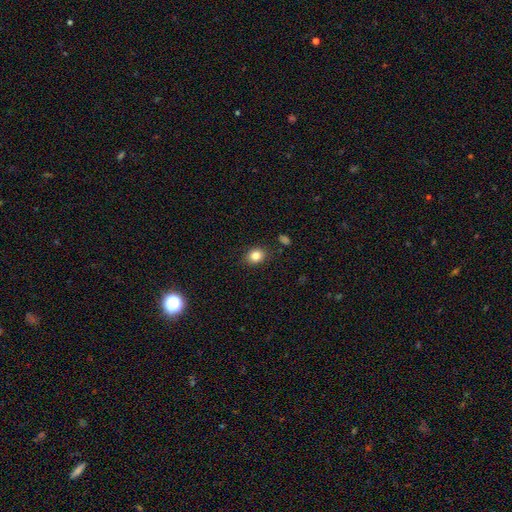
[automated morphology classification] Overall: smooth (83%). How rounded: round (52%; in between 47%). Merging: none (86%).